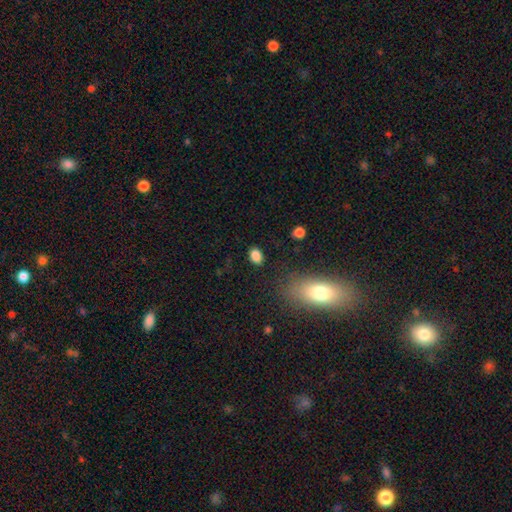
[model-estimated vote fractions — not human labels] This appears to be a smooth galaxy with no disk features (85%) that is in between round and cigar-shaped (78%). Merging: none (84%).